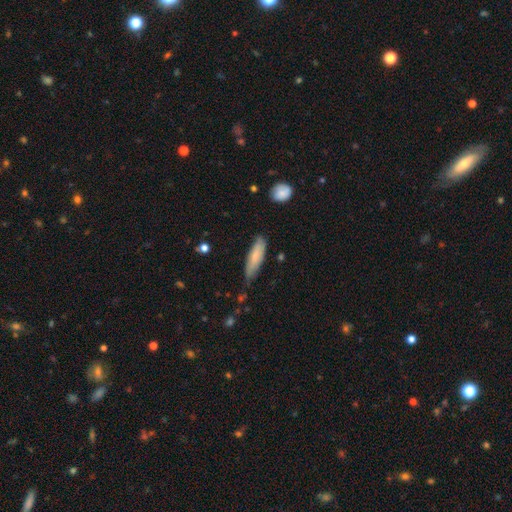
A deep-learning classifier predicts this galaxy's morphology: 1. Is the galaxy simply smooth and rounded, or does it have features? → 74% smooth, 21% featured or disk, 6% star or artifact.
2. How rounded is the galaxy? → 61% cigar-shaped, 37% in between, 2% round.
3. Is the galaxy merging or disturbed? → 64% none, 29% minor disturbance, 5% major disturbance, 2% merger.